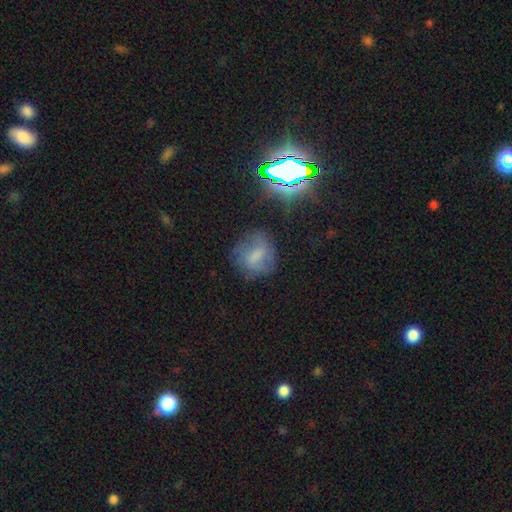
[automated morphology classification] The model was most divided on "smooth or featured": smooth: 53%, featured or disk: 28%, star or artifact: 19%. More confident: how rounded — round (65%); merging — none (60%).